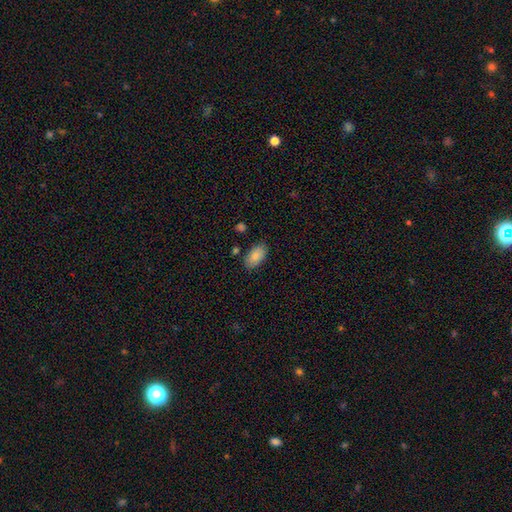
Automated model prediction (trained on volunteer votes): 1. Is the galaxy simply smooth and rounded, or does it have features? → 86% smooth, 8% featured or disk, 7% star or artifact.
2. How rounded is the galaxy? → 94% in between, 4% round, 2% cigar-shaped.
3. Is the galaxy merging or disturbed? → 81% none, 13% minor disturbance, 3% major disturbance, 3% merger.